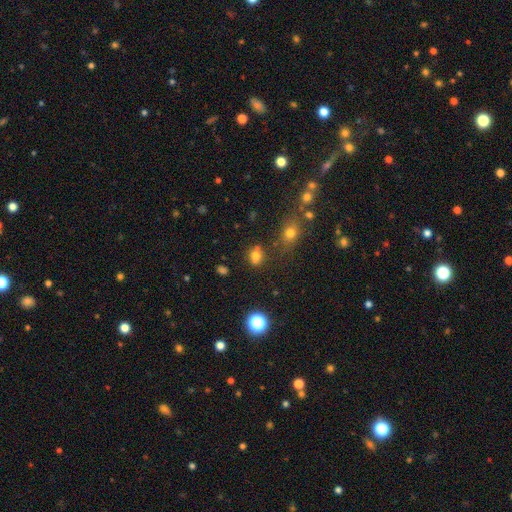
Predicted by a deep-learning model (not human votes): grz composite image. It shows a smooth galaxy with no disk features (70%) that is round (55%). Merging: none (61%).